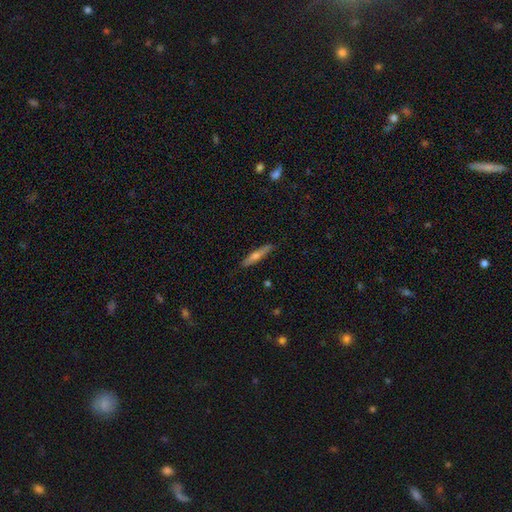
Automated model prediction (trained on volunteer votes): Morphology: type=smooth (48%); merging=none (87%).